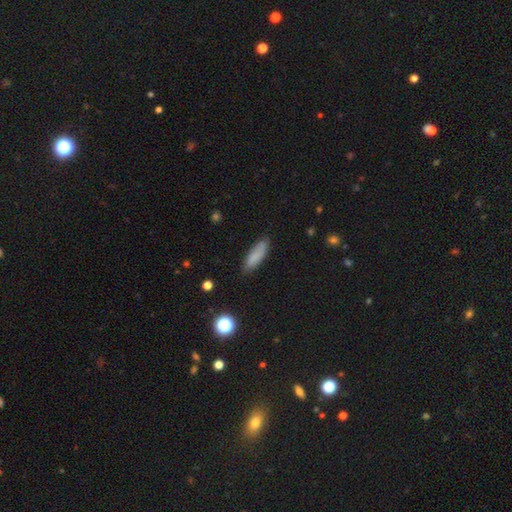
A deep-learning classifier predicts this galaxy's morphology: smooth_or_featured: smooth (p=0.82) [alt: featured or disk p=0.10]
how_rounded: in between (p=0.50) [alt: cigar-shaped p=0.49]
merging: none (p=0.80) [alt: minor disturbance p=0.16]